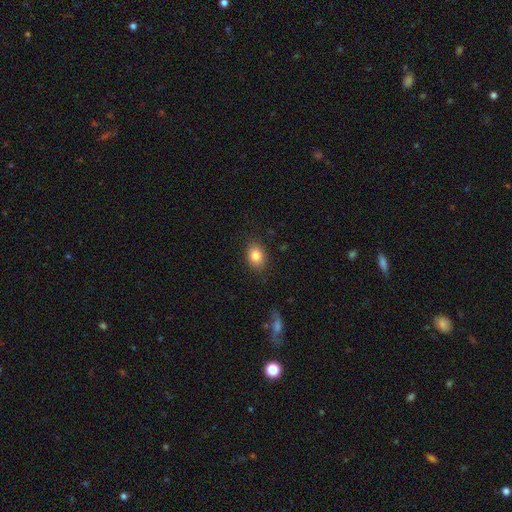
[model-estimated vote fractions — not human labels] Smooth or featured?
  - smooth: 84% *
  - star or artifact: 9%
  - featured or disk: 7%
How rounded?
  - in between: 66% *
  - round: 32%
  - cigar-shaped: 1%
Merging?
  - none: 84% *
  - minor disturbance: 11%
  - major disturbance: 3%
  - merger: 1%